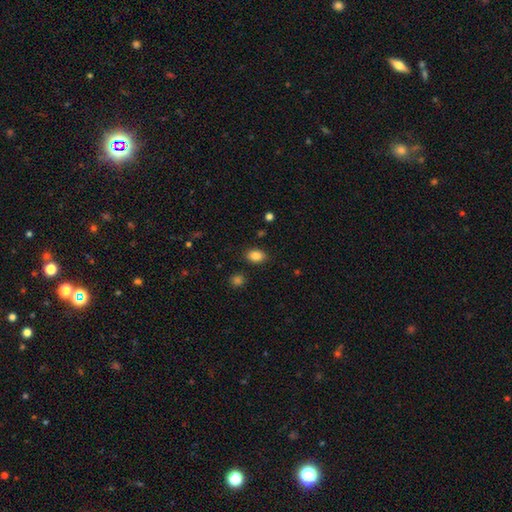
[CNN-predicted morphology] Smooth or featured? Predicted: smooth (p=0.86). How rounded? Predicted: in between (p=0.80). Merging? Predicted: none (p=0.84).